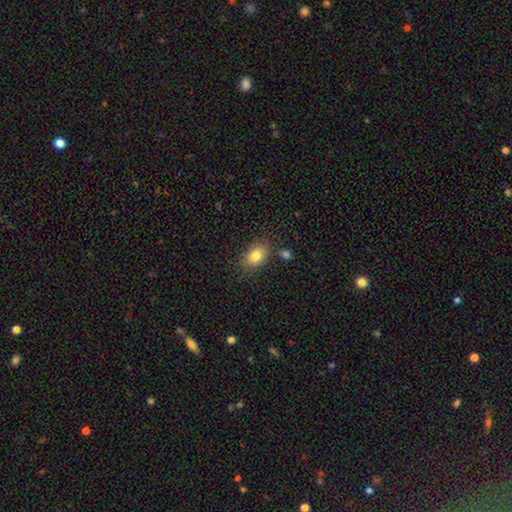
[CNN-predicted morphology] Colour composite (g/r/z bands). It shows a smooth galaxy with no disk features (82%) that is in between round and cigar-shaped (82%). Merging: none (78%).